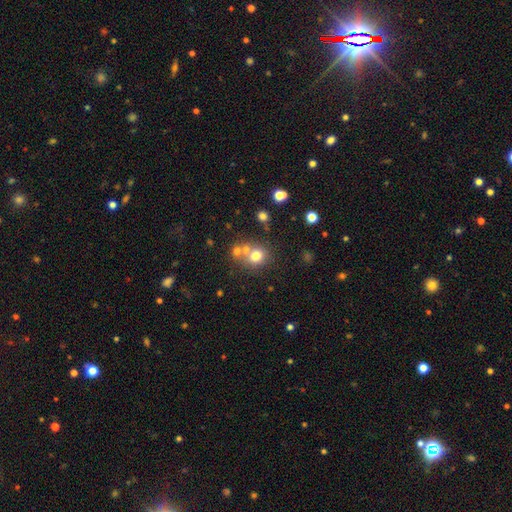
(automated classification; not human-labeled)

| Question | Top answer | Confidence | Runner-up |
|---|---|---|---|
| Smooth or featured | smooth | 71% | star or artifact (14%) |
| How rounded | round | 82% | in between (17%) |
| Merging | none | 52% | merger (35%) |